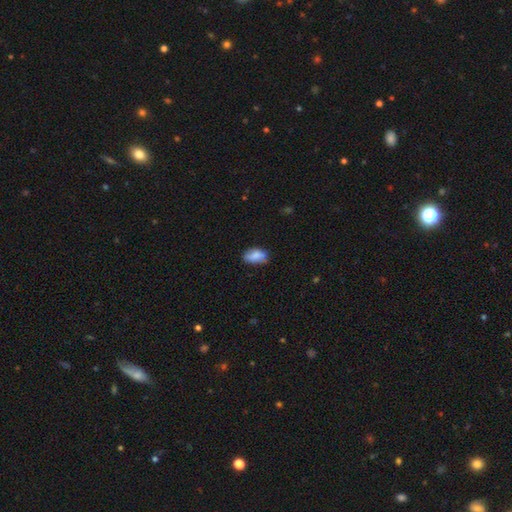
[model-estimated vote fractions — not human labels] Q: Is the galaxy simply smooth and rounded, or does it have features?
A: smooth — 80%.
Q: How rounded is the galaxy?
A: in between — 90%.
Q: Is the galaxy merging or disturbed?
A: none — 66%.